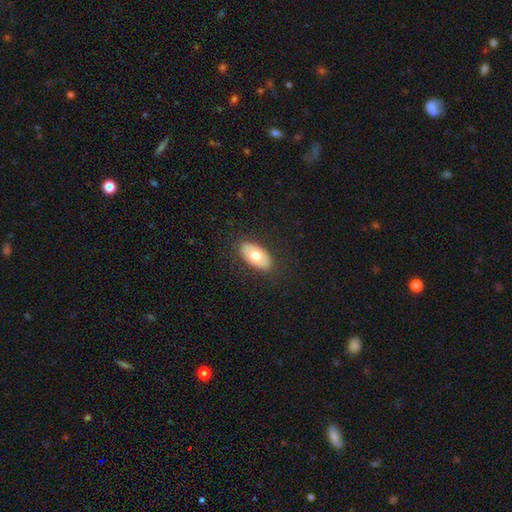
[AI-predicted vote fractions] Q: Smooth or featured?
A: smooth (68%); runner-up: featured or disk (27%)
Q: How rounded?
A: in between (94%); runner-up: round (4%)
Q: Merging?
A: none (86%); runner-up: minor disturbance (10%)